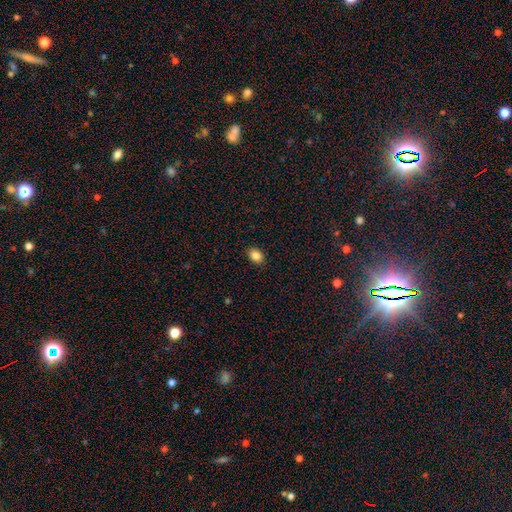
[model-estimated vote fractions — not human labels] Smooth or featured? smooth (86%)
How rounded? in between (66%)
Merging? none (90%)